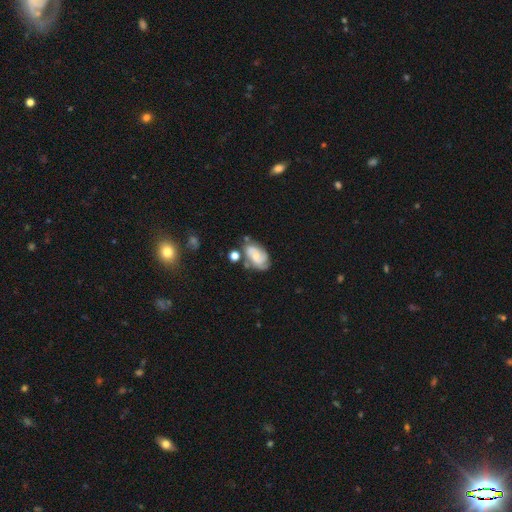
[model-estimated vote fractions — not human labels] Overall: featured or disk (67%). Edge-on disk: no (97%). Bar: no (64%; weak 30%). Spiral arms: yes (90%). Spiral arm count: 2 (41%; 3 24%). Spiral winding: tight (45%; medium 41%). Bulge size: small (53%; moderate 33%). Merging: none (53%; minor disturbance 24%).